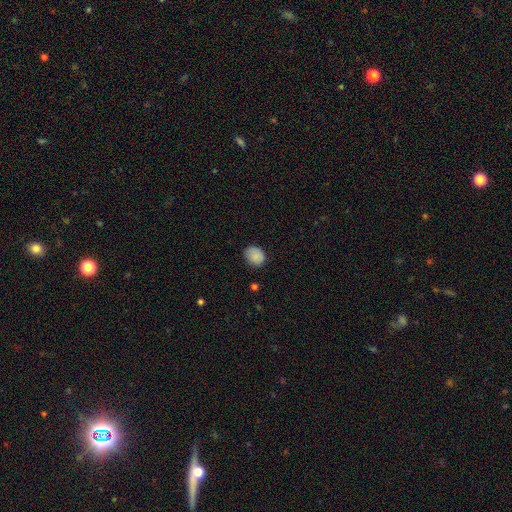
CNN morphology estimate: A smooth galaxy with no disk features (86%) that is round (55%).

Vote fractions:
- Smooth or featured? smooth: 86% / star or artifact: 8% / featured or disk: 5%
- How rounded? round: 55% / in between: 44% / cigar-shaped: 1%
- Merging? none: 79% / minor disturbance: 17% / major disturbance: 3% / merger: 1%